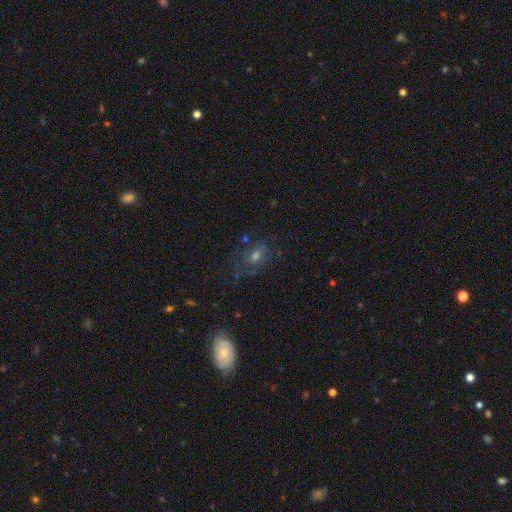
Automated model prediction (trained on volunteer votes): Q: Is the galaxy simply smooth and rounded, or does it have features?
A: featured or disk — 43%.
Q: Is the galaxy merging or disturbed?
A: none — 60%.